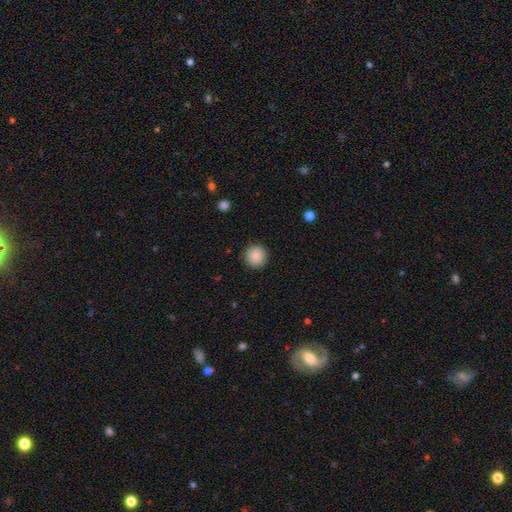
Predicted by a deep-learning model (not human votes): Morphology: type=smooth (87%); roundness=round (95%); merging=none (90%).